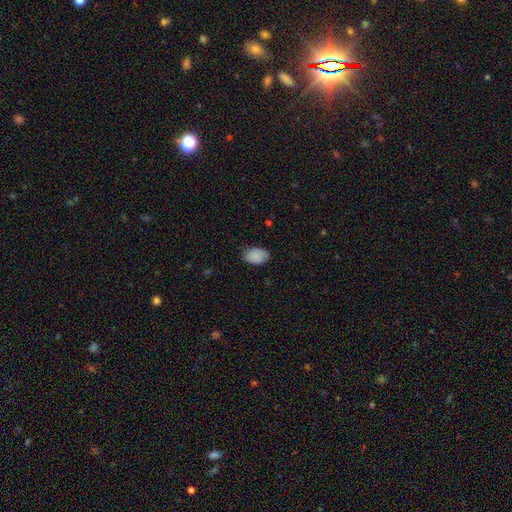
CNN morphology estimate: This appears to be a smooth galaxy with no disk features (87%) that is in between round and cigar-shaped (86%). Merging: none (77%).